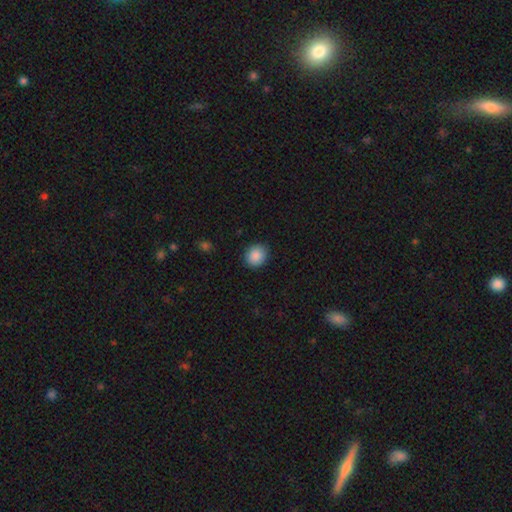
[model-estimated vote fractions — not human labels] Smooth or featured? Predicted: smooth (p=0.89). How rounded? Predicted: round (p=0.74). Merging? Predicted: none (p=0.88).